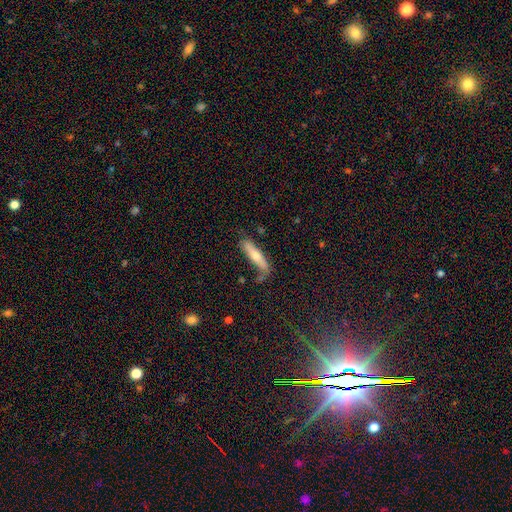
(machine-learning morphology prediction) Q: Smooth or featured?
A: smooth (60%); runner-up: featured or disk (33%)
Q: How rounded?
A: cigar-shaped (84%); runner-up: in between (15%)
Q: Merging?
A: none (66%); runner-up: minor disturbance (22%)